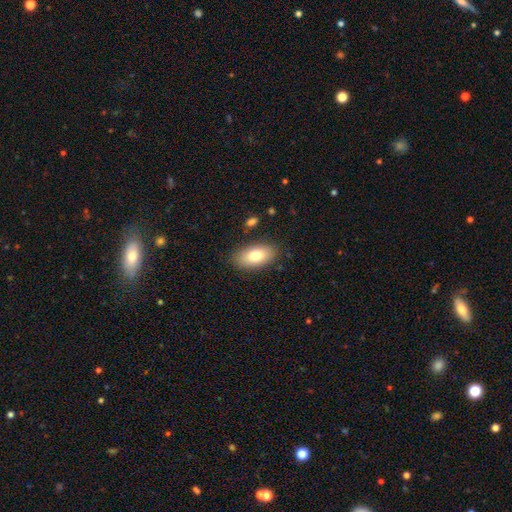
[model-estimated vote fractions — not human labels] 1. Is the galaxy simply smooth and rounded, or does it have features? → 78% smooth, 15% featured or disk, 7% star or artifact.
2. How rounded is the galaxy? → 92% in between, 4% round, 4% cigar-shaped.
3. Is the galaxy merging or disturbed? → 85% none, 11% minor disturbance, 3% major disturbance, 2% merger.